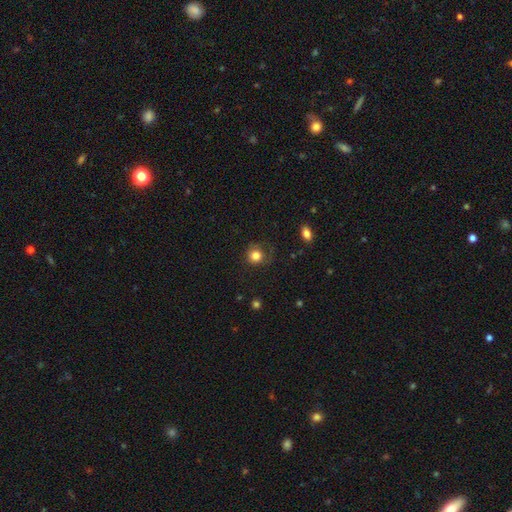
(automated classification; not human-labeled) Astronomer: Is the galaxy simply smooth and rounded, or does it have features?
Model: smooth — 81%.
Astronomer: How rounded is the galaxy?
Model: round — 87%.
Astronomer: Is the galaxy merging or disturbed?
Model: none — 66%.